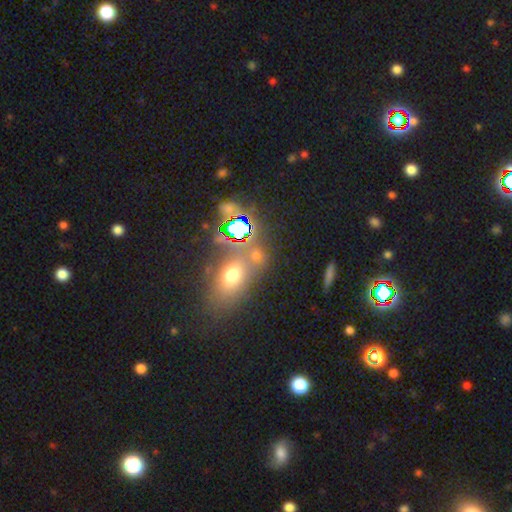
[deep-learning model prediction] Smooth or featured? smooth (47%)
Merging? none (63%)